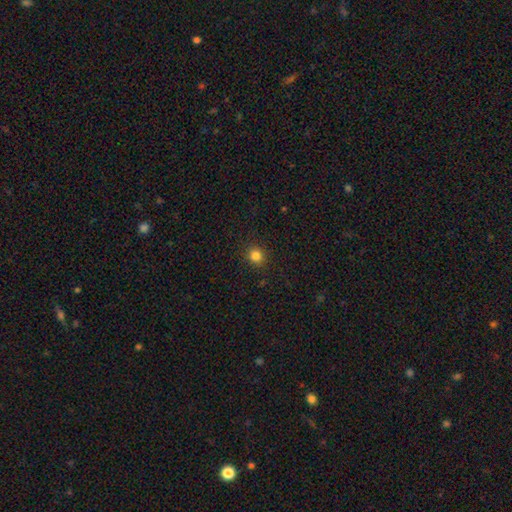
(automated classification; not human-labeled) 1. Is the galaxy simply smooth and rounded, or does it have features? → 83% smooth, 13% star or artifact, 4% featured or disk.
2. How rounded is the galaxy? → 87% round, 13% in between, 1% cigar-shaped.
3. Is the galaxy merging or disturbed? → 91% none, 6% minor disturbance, 2% major disturbance, 1% merger.